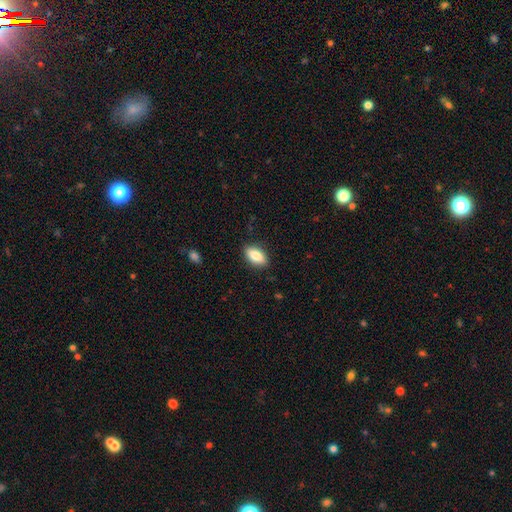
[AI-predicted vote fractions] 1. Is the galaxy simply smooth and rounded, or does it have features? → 85% smooth, 8% featured or disk, 7% star or artifact.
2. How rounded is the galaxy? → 90% in between, 7% cigar-shaped, 4% round.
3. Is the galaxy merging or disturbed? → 88% none, 9% minor disturbance, 2% major disturbance, 1% merger.